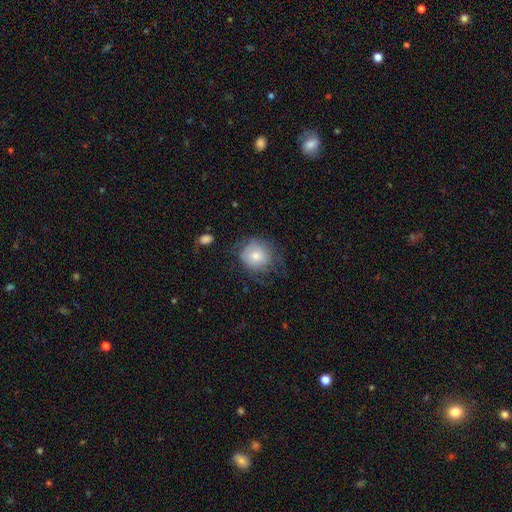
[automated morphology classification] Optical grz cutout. It shows a smooth galaxy with no disk features (62%) that is round (77%). Merging: none (52%).